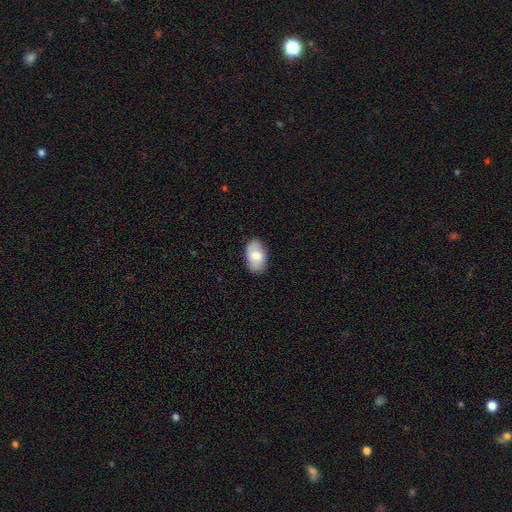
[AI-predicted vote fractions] A smooth galaxy with no disk features (77%) that is in between round and cigar-shaped (93%).

Vote fractions:
- Smooth or featured? smooth: 77% / featured or disk: 17% / star or artifact: 6%
- How rounded? in between: 93% / round: 6% / cigar-shaped: 1%
- Merging? none: 84% / minor disturbance: 12% / major disturbance: 2% / merger: 1%